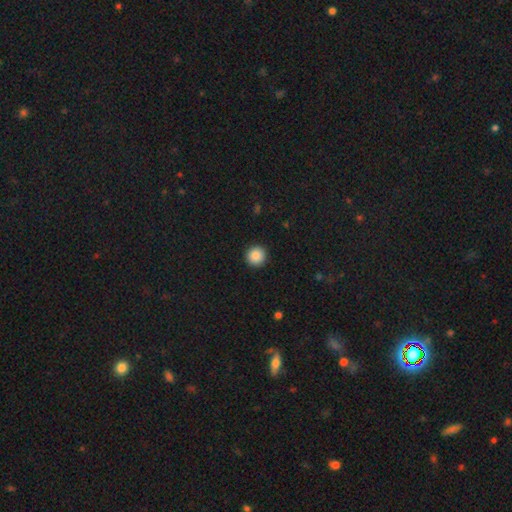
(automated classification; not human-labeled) Smooth or featured? smooth (87%)
How rounded? round (95%)
Merging? none (93%)